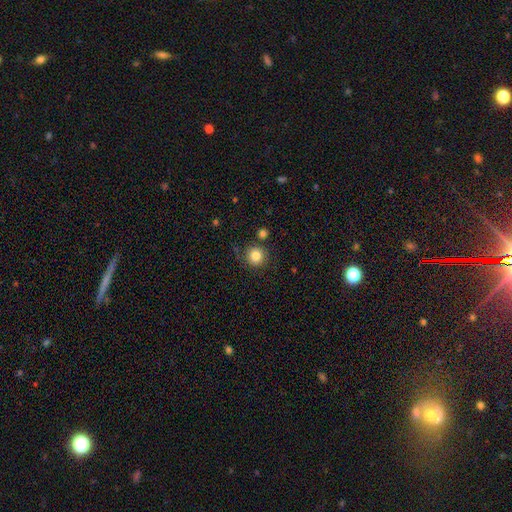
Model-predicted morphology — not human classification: smooth_or_featured: smooth (p=0.84) [alt: star or artifact p=0.10]
how_rounded: round (p=0.93) [alt: in between p=0.06]
merging: none (p=0.82) [alt: minor disturbance p=0.09]